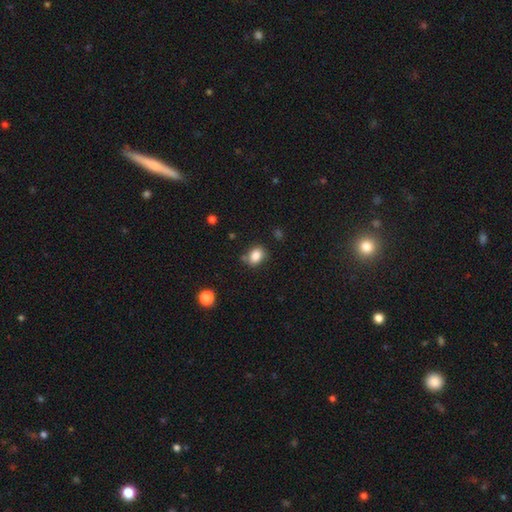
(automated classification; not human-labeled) Smooth or featured? smooth (85%)
How rounded? in between (67%)
Merging? none (73%)